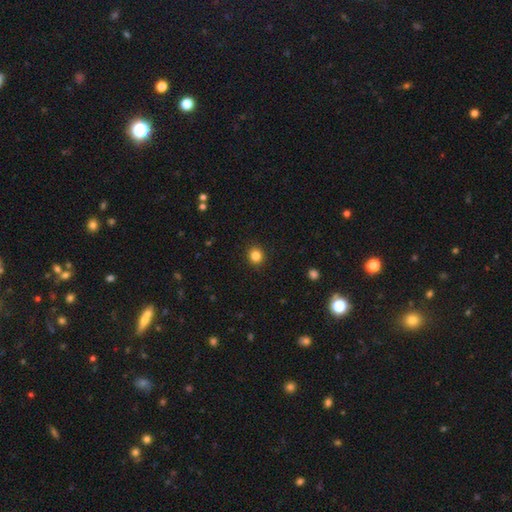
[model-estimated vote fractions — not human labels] smooth-or-featured: smooth: 84% | star or artifact: 11% | featured or disk: 5%
  how-rounded: round: 86% | in between: 13% | cigar-shaped: 1%
  merging: none: 92% | minor disturbance: 6% | major disturbance: 2% | merger: 1%